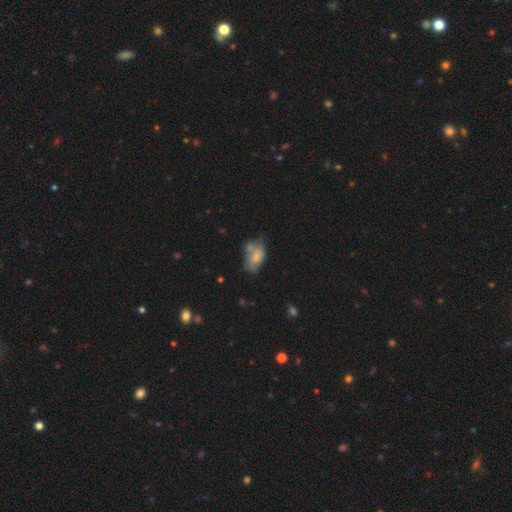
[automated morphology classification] Q: Smooth or featured?
A: smooth (66%); runner-up: featured or disk (26%)
Q: How rounded?
A: in between (90%); runner-up: round (8%)
Q: Merging?
A: none (36%); runner-up: minor disturbance (28%)